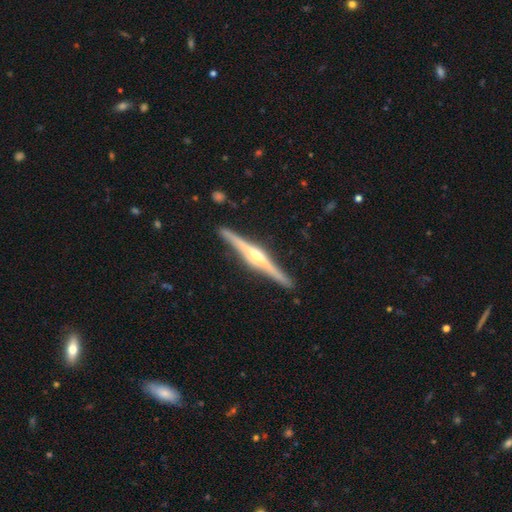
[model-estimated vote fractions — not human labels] The model was most divided on "smooth or featured": featured or disk: 87%, smooth: 9%, star or artifact: 4%. More confident: edge-on disk — yes (98%); merging — none (91%); edge-on bulge — rounded (88%).